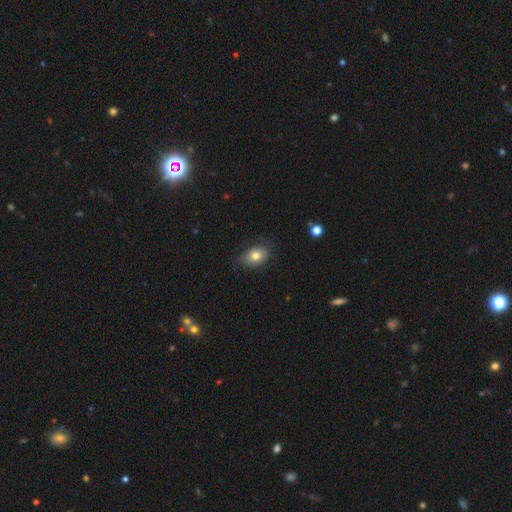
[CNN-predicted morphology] Smooth or featured?
  - smooth: 78% *
  - featured or disk: 13%
  - star or artifact: 9%
How rounded?
  - in between: 74% *
  - round: 25%
  - cigar-shaped: 1%
Merging?
  - none: 76% *
  - minor disturbance: 19%
  - major disturbance: 4%
  - merger: 1%